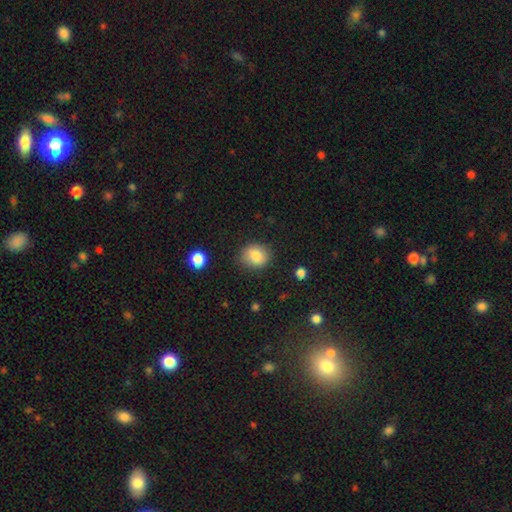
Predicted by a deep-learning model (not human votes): Overall: smooth (83%). How rounded: round (65%; in between 34%). Merging: none (82%).